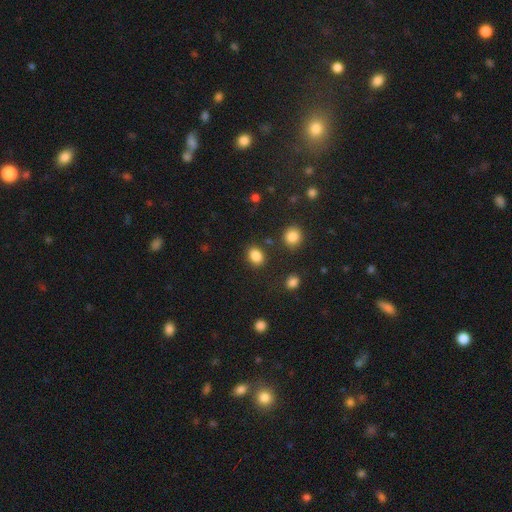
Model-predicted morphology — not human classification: Overall: smooth (86%). How rounded: in between (65%; round 34%). Merging: none (83%).